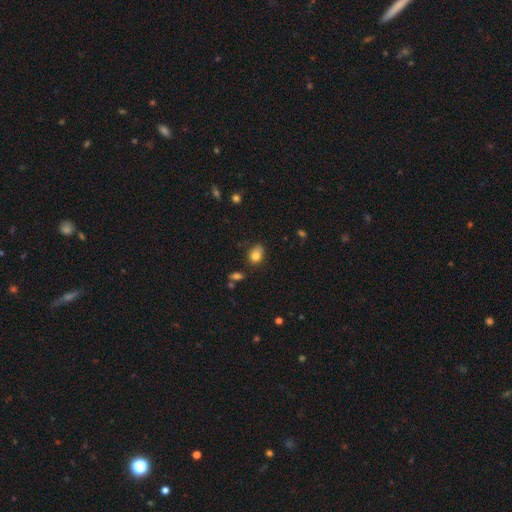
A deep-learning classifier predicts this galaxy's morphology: A smooth galaxy with no disk features (81%) that is in between round and cigar-shaped (69%). Merging: none (65%).